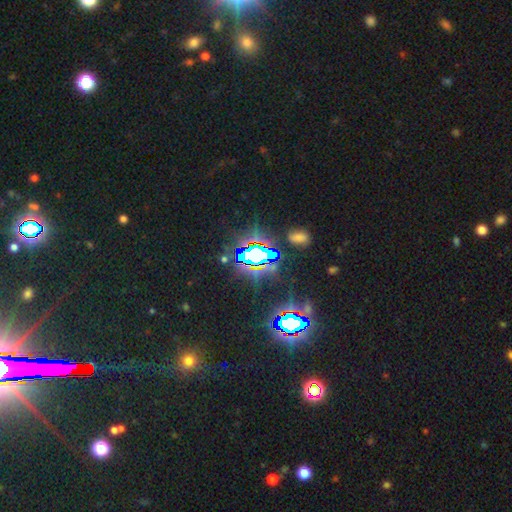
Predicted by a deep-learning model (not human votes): smooth-or-featured: star or artifact: 74% | smooth: 13% | featured or disk: 13%